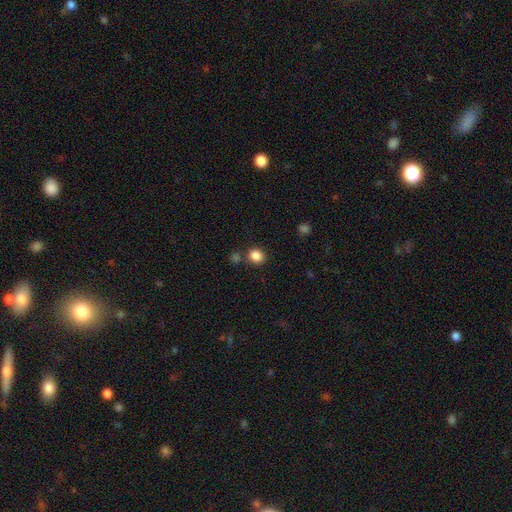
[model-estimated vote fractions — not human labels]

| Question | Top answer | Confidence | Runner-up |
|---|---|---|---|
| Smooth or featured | smooth | 85% | star or artifact (11%) |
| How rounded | round | 73% | in between (26%) |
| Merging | none | 78% | merger (10%) |